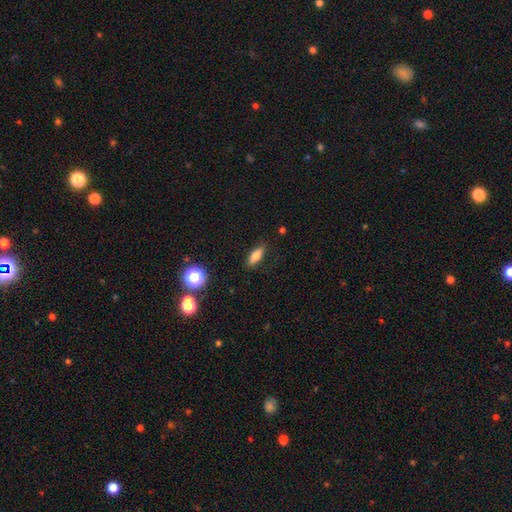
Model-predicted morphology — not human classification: This is likely a smooth galaxy (77%). How rounded: likely in between (68%). Merging: clearly none (85%).